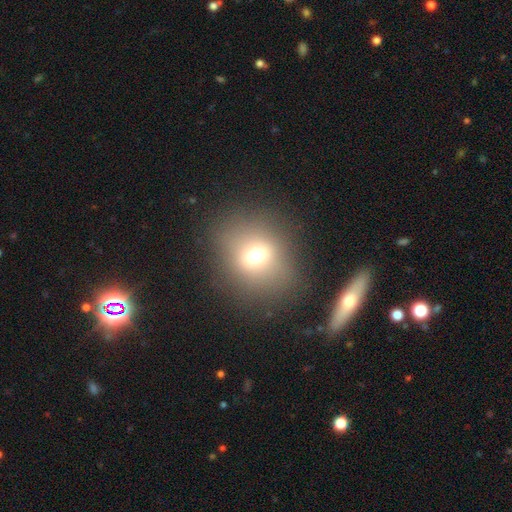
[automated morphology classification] smooth-or-featured: smooth: 65% | star or artifact: 18% | featured or disk: 17%
  how-rounded: round: 70% | in between: 29% | cigar-shaped: 1%
  merging: none: 80% | minor disturbance: 11% | major disturbance: 6% | merger: 3%